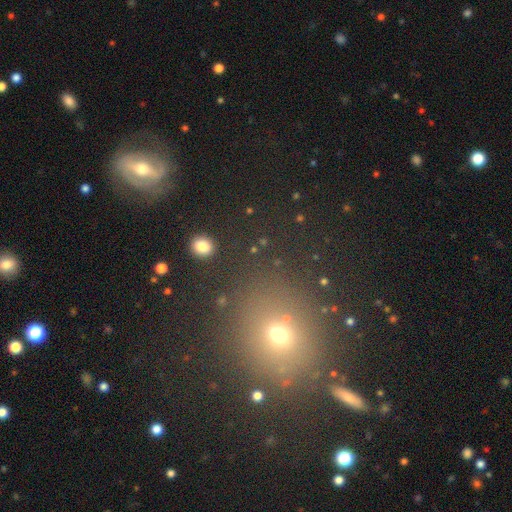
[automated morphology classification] This is possibly a smooth galaxy (47%). Merging: likely none (80%).